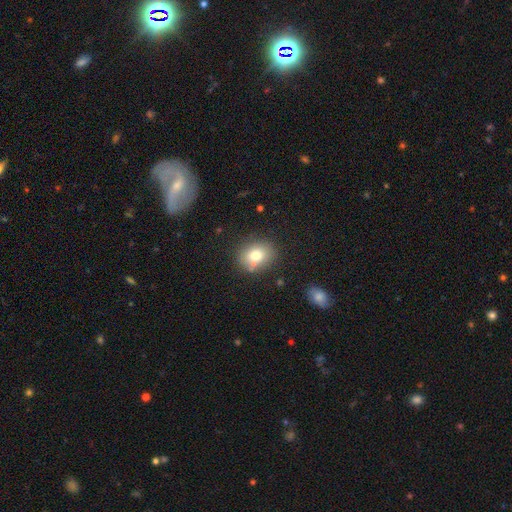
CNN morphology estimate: Smooth or featured: smooth — 75% (featured or disk — 14%)
How rounded: round — 56% (in between — 43%)
Merging: none — 73% (minor disturbance — 14%)